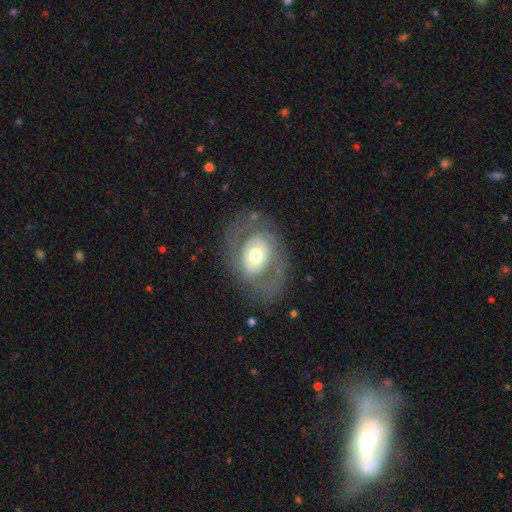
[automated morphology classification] This appears to be a featured or disk galaxy (63%) with no bar (74%), no spiral arms (67%) and a moderate central bulge (62%). Merging: none (70%).